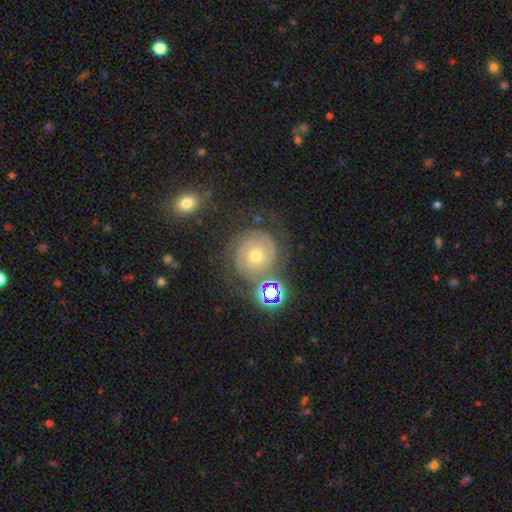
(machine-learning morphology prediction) This is likely a featured or disk galaxy (72%). It is clearly not viewed edge-on (98%). Bar: likely no (78%). Spiral arm pattern: clearly yes (92%). Spiral arm count: likely 2 (63%). Spiral winding: likely tight (73%). Central bulge: possibly moderate (59%). Merging: likely none (67%).